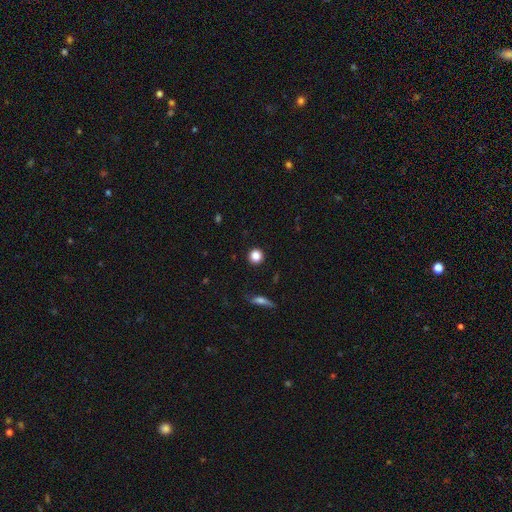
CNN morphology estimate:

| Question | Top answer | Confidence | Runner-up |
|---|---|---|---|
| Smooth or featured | smooth | 85% | star or artifact (11%) |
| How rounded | round | 93% | in between (5%) |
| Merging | none | 92% | minor disturbance (5%) |